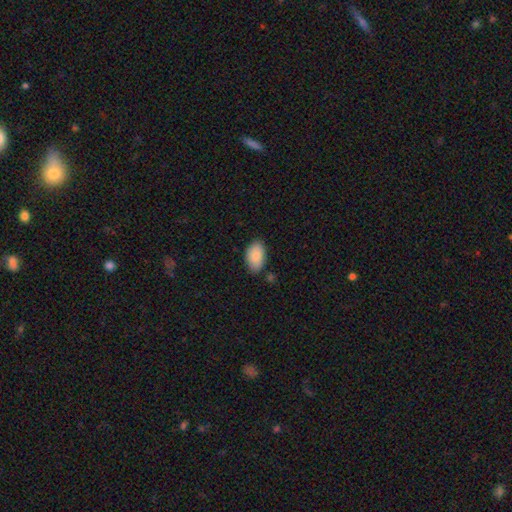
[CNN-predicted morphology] Q: Smooth or featured?
A: smooth (85%); runner-up: featured or disk (8%)
Q: How rounded?
A: in between (93%); runner-up: round (6%)
Q: Merging?
A: none (79%); runner-up: minor disturbance (15%)